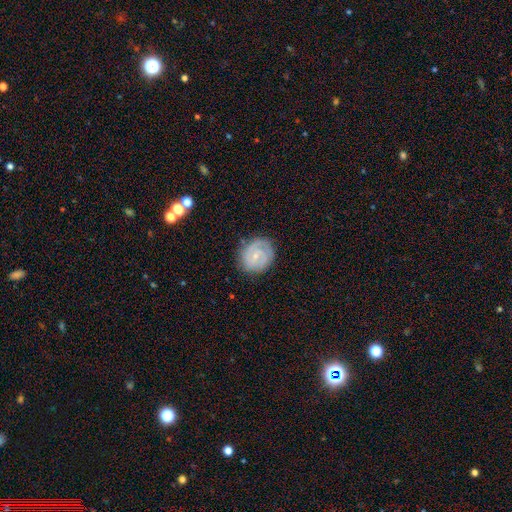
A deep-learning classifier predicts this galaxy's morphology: A featured or disk galaxy (74%) with no bar (52%), 2 (56%) tight (63%) spiral arms (92%) and a small central bulge (73%). Merging: none (79%).